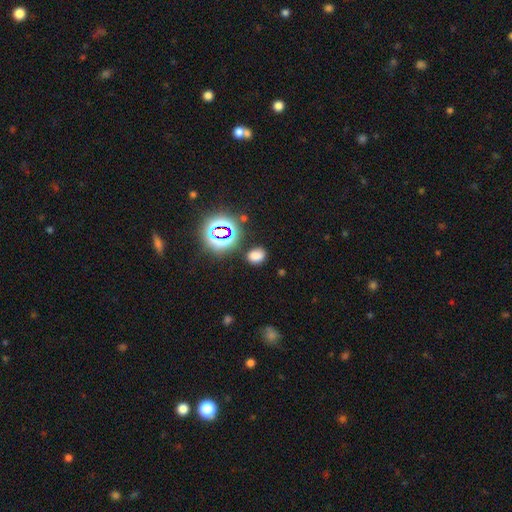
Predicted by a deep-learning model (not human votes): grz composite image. It shows a smooth galaxy with no disk features (68%) that is in between round and cigar-shaped (62%). Merging: none (79%).